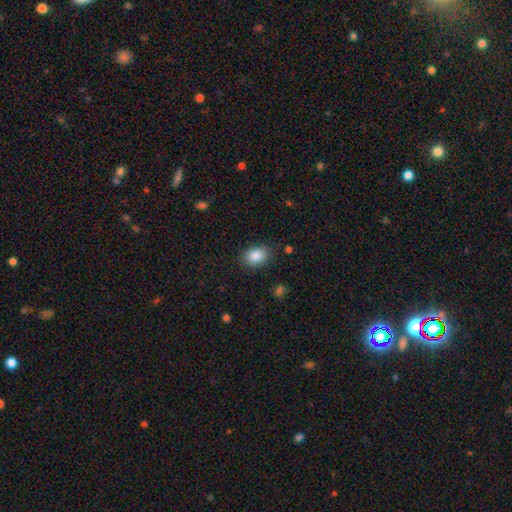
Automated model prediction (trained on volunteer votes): Q: Smooth or featured?
A: smooth (86%); runner-up: star or artifact (8%)
Q: How rounded?
A: in between (74%); runner-up: round (25%)
Q: Merging?
A: none (83%); runner-up: minor disturbance (12%)